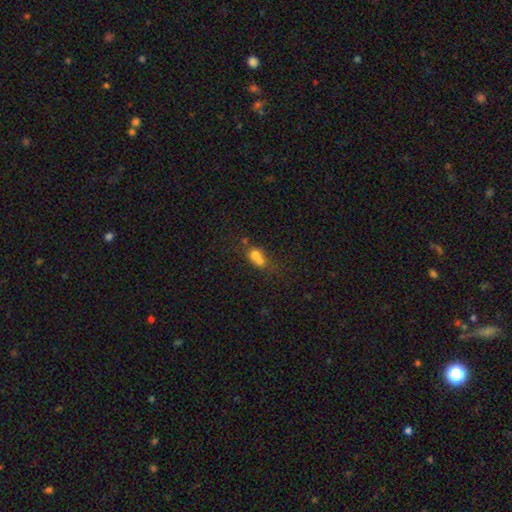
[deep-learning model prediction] A smooth galaxy with no disk features (66%) that is round (63%).

Vote fractions:
- Smooth or featured? smooth: 66% / featured or disk: 21% / star or artifact: 13%
- How rounded? round: 63% / in between: 35% / cigar-shaped: 2%
- Merging? merger: 65% / none: 23% / minor disturbance: 7% / major disturbance: 5%